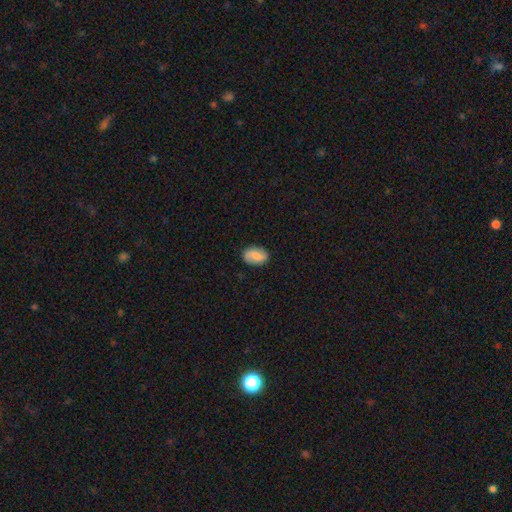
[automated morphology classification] smooth_or_featured: smooth (p=0.52) [alt: featured or disk p=0.41]
how_rounded: in between (p=0.81) [alt: round p=0.18]
merging: none (p=0.82) [alt: minor disturbance p=0.13]